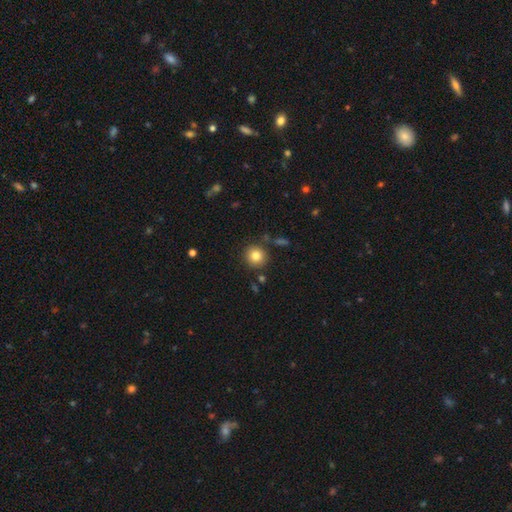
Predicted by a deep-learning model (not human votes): smooth-or-featured: smooth: 82% | star or artifact: 11% | featured or disk: 8%
  how-rounded: round: 92% | in between: 7% | cigar-shaped: 1%
  merging: none: 86% | minor disturbance: 8% | merger: 4% | major disturbance: 3%